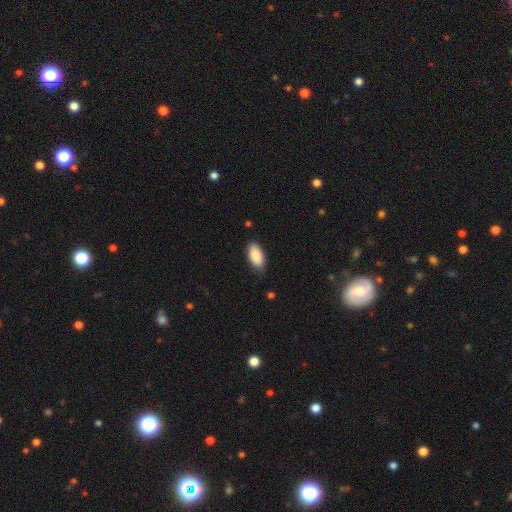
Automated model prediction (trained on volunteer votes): Smooth or featured: smooth — 88% (star or artifact — 6%)
How rounded: in between — 92% (cigar-shaped — 6%)
Merging: none — 81% (minor disturbance — 16%)